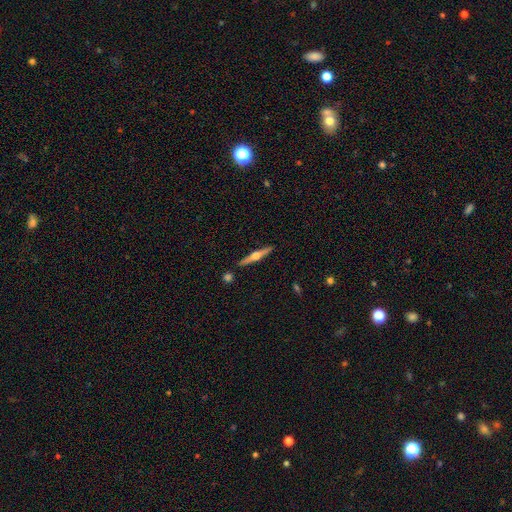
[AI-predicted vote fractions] Q: Smooth or featured?
A: featured or disk (73%); runner-up: smooth (21%)
Q: Edge-on disk?
A: yes (98%); runner-up: no (2%)
Q: Edge-on bulge?
A: rounded (95%); runner-up: boxy (3%)
Q: Merging?
A: none (89%); runner-up: minor disturbance (6%)